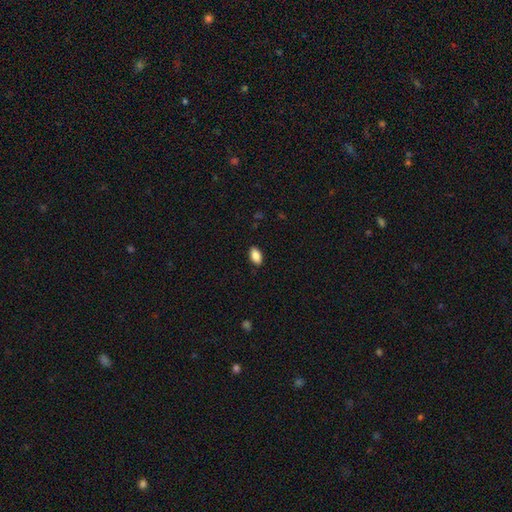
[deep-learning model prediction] Smooth or featured? Predicted: smooth (p=0.88). How rounded? Predicted: in between (p=0.92). Merging? Predicted: none (p=0.88).